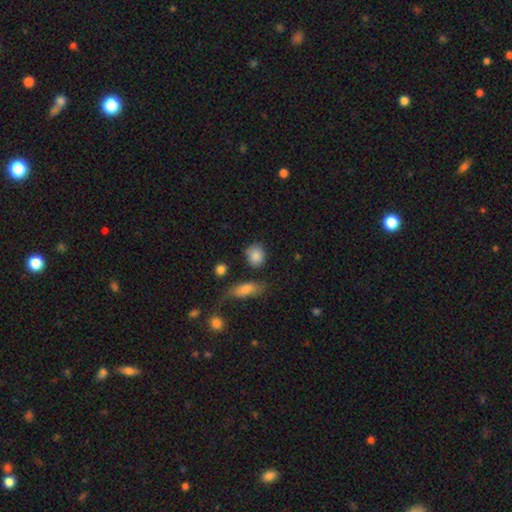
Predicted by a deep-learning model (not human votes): smooth-or-featured: smooth: 86% | star or artifact: 7% | featured or disk: 6%
  how-rounded: round: 73% | in between: 25% | cigar-shaped: 2%
  merging: none: 72% | minor disturbance: 16% | merger: 7% | major disturbance: 5%